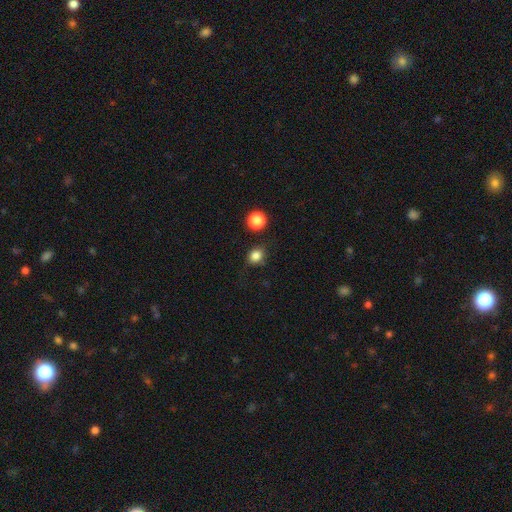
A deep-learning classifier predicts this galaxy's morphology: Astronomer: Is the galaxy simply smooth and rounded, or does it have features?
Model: smooth — 82%.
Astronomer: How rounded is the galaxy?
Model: round — 74%.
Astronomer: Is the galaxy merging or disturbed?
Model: none — 78%.